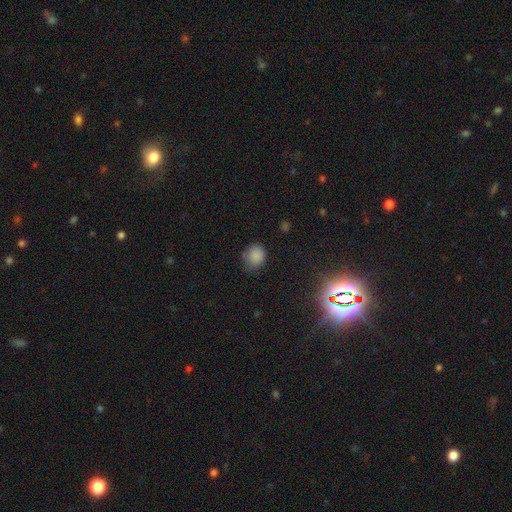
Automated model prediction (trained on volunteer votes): Morphology: type=smooth (83%); roundness=round (73%); merging=none (67%).